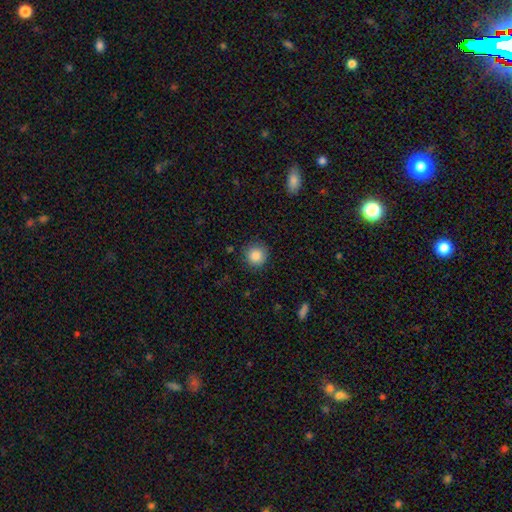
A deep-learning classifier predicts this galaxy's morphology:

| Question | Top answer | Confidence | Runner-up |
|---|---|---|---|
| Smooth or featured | smooth | 86% | star or artifact (9%) |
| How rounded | round | 94% | in between (5%) |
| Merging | none | 88% | minor disturbance (8%) |